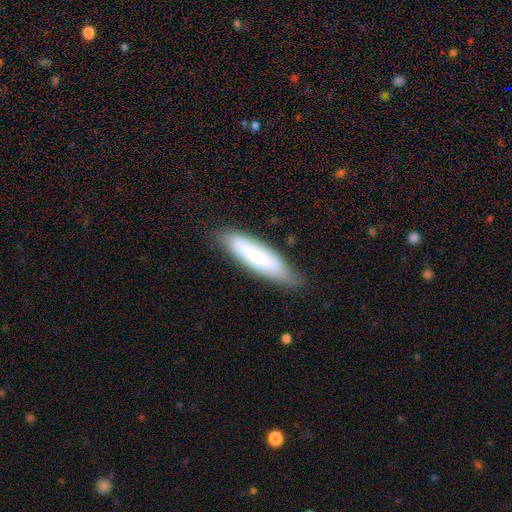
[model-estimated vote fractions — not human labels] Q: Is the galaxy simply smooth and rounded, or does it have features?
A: smooth — 63%.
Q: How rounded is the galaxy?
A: cigar-shaped — 67%.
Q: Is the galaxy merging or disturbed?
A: none — 74%.